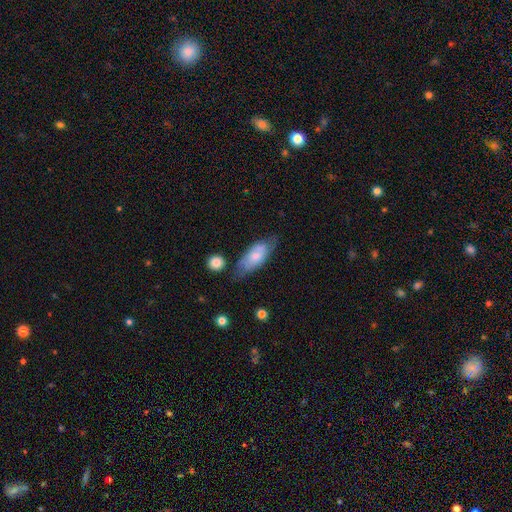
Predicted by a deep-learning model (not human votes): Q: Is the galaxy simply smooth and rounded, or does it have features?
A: smooth — 58%.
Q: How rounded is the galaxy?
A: in between — 83%.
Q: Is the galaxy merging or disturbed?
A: none — 55%.